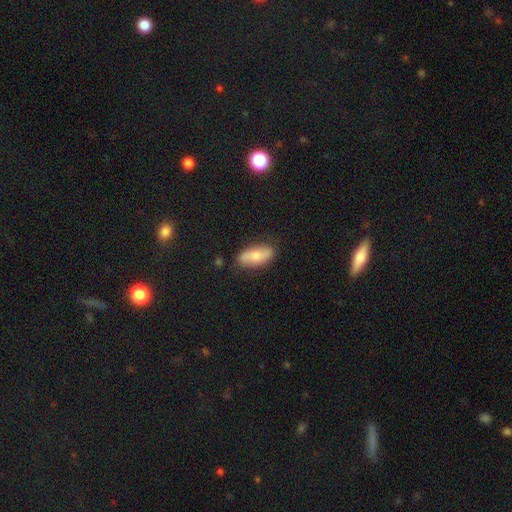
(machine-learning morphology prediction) This is likely a smooth galaxy (69%). How rounded: clearly in between (84%). Merging: likely none (79%).